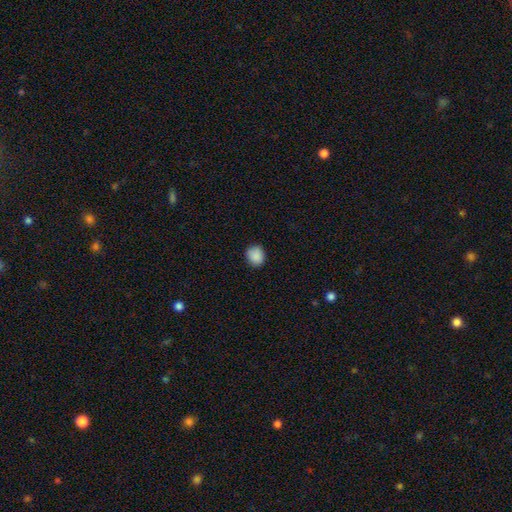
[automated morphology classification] Smooth or featured?
  - smooth: 89% *
  - star or artifact: 8%
  - featured or disk: 3%
How rounded?
  - round: 68% *
  - in between: 31%
  - cigar-shaped: 1%
Merging?
  - none: 85% *
  - minor disturbance: 11%
  - major disturbance: 2%
  - merger: 1%